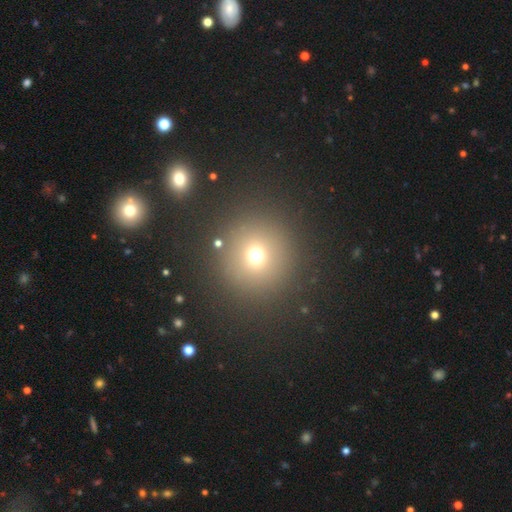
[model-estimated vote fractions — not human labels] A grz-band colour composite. It shows a smooth galaxy with no disk features (67%) that is round (93%). Merging: none (85%).